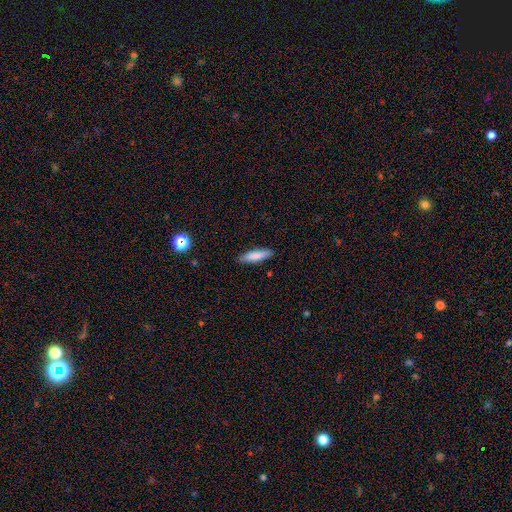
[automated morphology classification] type=smooth (82%); roundness=cigar-shaped (71%); merging=none (87%).